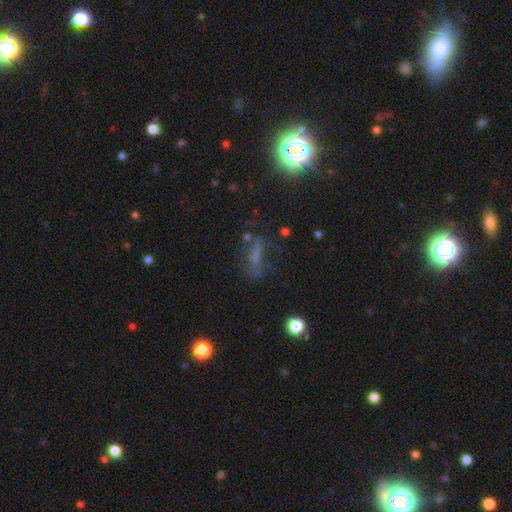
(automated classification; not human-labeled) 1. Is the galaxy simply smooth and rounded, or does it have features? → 42% smooth, 31% star or artifact, 26% featured or disk.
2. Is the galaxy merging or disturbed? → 55% none, 21% minor disturbance, 19% major disturbance, 5% merger.